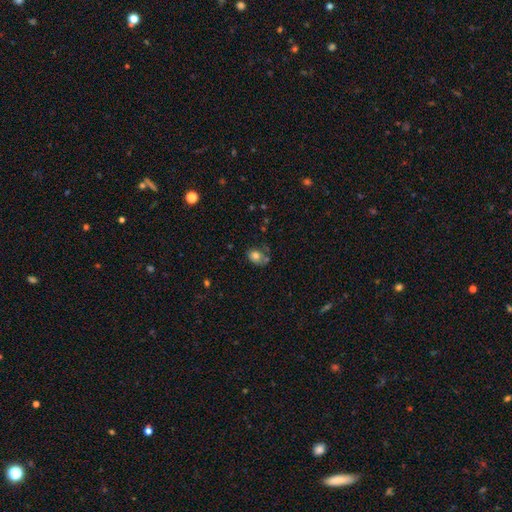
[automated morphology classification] Smooth or featured? smooth (77%)
How rounded? in between (54%)
Merging? none (54%)